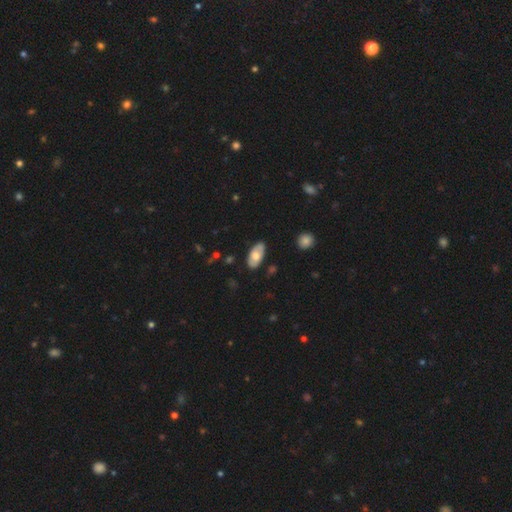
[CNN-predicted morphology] Smooth or featured?
  - smooth: 63% *
  - featured or disk: 31%
  - star or artifact: 6%
How rounded?
  - in between: 93% *
  - cigar-shaped: 4%
  - round: 3%
Merging?
  - none: 81% *
  - minor disturbance: 15%
  - major disturbance: 3%
  - merger: 2%